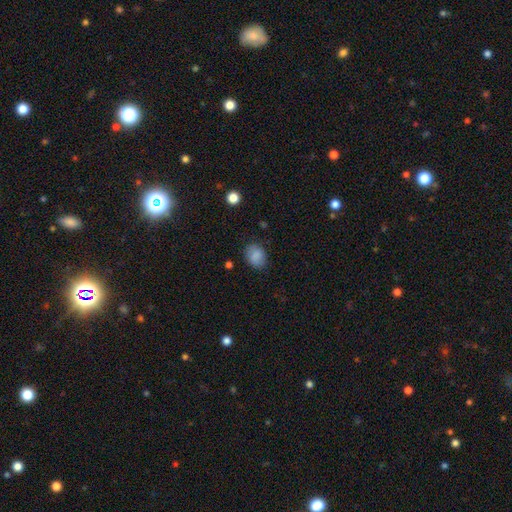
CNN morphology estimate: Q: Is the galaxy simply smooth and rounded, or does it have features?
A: smooth — 86%.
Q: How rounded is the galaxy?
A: in between — 58%.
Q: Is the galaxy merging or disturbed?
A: none — 80%.